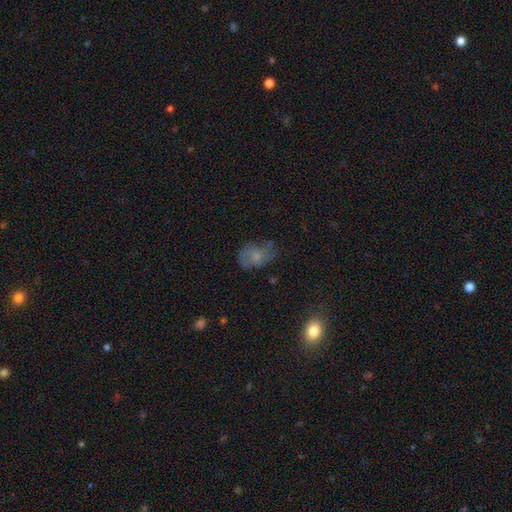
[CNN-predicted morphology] Smooth or featured?
  - smooth: 64% *
  - featured or disk: 24%
  - star or artifact: 12%
How rounded?
  - in between: 79% *
  - round: 19%
  - cigar-shaped: 2%
Merging?
  - none: 52% *
  - minor disturbance: 29%
  - major disturbance: 16%
  - merger: 3%